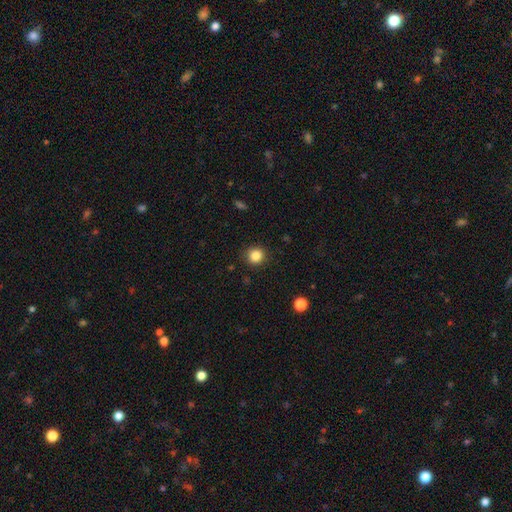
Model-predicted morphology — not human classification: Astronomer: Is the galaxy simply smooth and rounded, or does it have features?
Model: smooth — 85%.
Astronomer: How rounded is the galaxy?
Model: round — 89%.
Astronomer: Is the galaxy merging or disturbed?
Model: none — 88%.